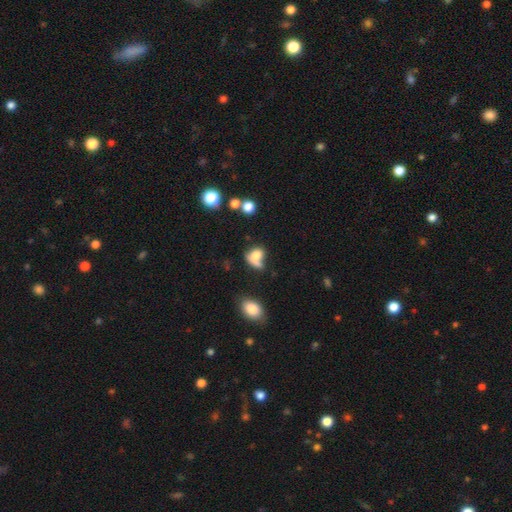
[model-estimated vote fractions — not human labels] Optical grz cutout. It shows a smooth galaxy with no disk features (74%) that is in between round and cigar-shaped (57%). Merging: merger (33%).